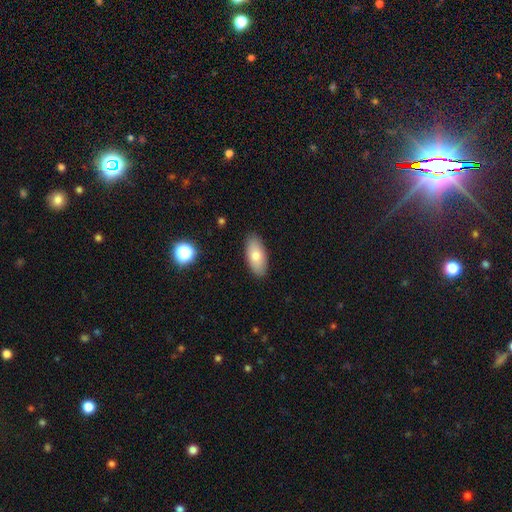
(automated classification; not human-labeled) A smooth galaxy with no disk features (75%) that is in between round and cigar-shaped (87%). Merging: none (88%).